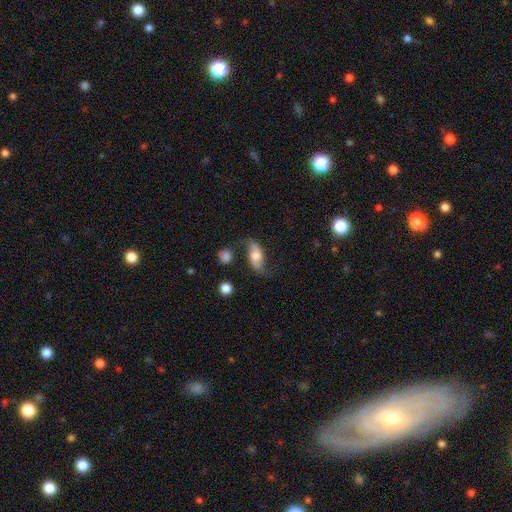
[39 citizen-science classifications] featured or disk 62%, smooth 36%, star or artifact 3%. Down the decision tree: edge-on disk — no (96%); bar — no (43%); spiral arms — yes (65%); spiral arm count — 2 (87%); spiral winding — loose (93%); bulge size — moderate (52%); merging — none (37%, tied with minor disturbance).